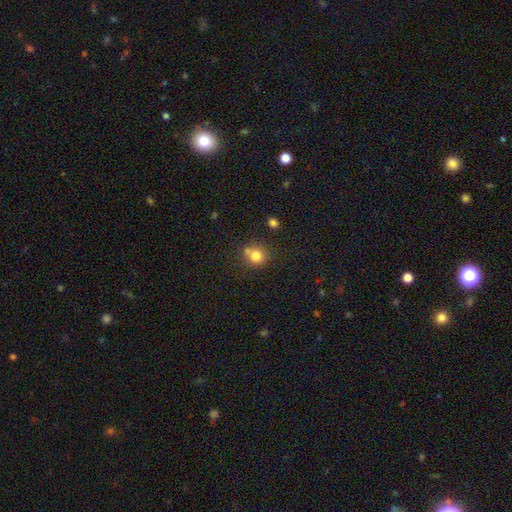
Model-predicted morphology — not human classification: Q: Smooth or featured?
A: smooth (79%); runner-up: star or artifact (12%)
Q: How rounded?
A: round (85%); runner-up: in between (14%)
Q: Merging?
A: none (62%); runner-up: merger (21%)